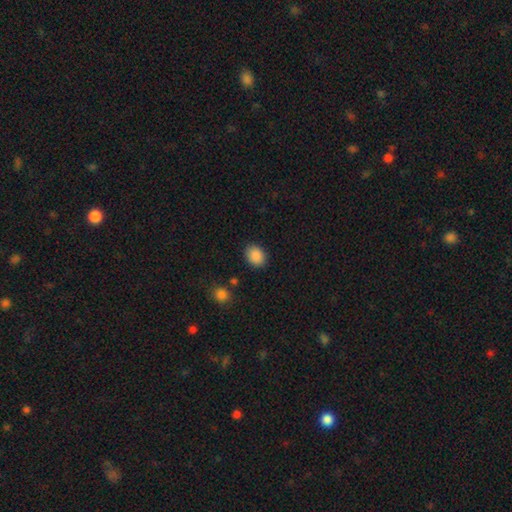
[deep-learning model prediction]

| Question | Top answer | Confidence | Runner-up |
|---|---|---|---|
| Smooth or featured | smooth | 89% | star or artifact (8%) |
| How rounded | in between | 61% | round (39%) |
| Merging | none | 87% | minor disturbance (9%) |